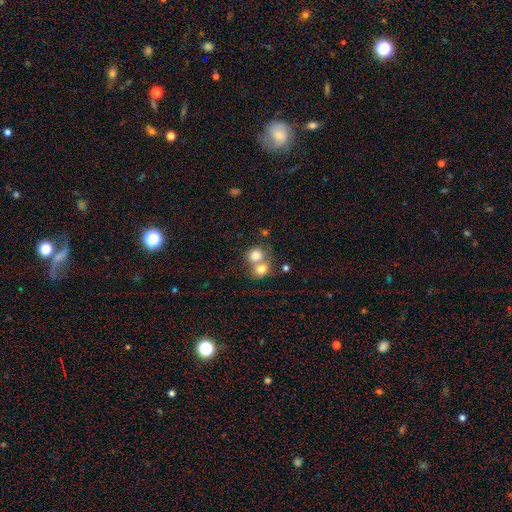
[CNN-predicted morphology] smooth_or_featured: smooth (p=0.77) [alt: featured or disk p=0.14]
how_rounded: round (p=0.70) [alt: in between p=0.29]
merging: merger (p=0.65) [alt: none p=0.25]